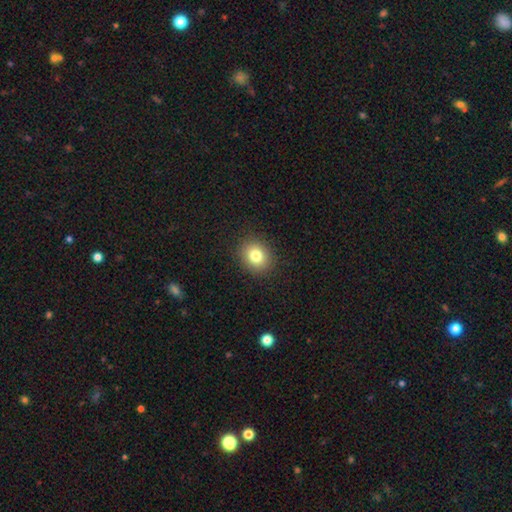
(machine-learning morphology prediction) The model was most divided on "how rounded": round: 70%, in between: 29%, cigar-shaped: 1%. More confident: merging — none (90%); smooth or featured — smooth (80%).